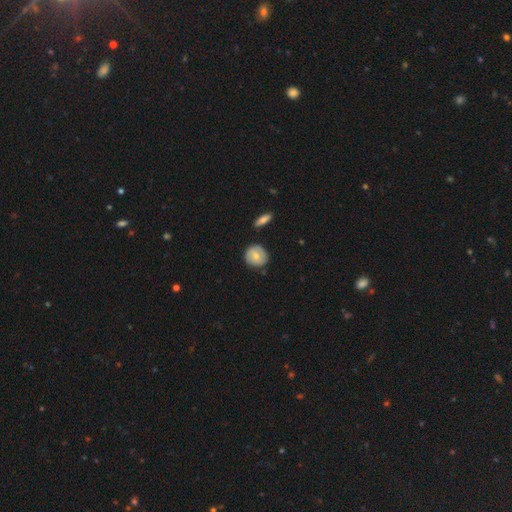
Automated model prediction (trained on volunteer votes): The model was most divided on "smooth or featured": smooth: 56%, featured or disk: 37%, star or artifact: 7%. More confident: how rounded — round (82%); merging — none (76%).